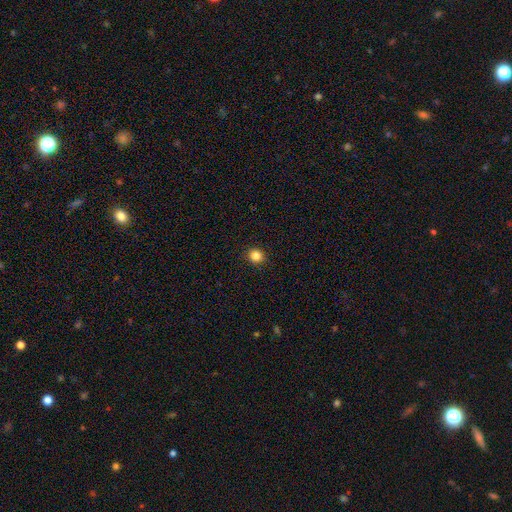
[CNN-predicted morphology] smooth_or_featured: smooth (p=0.85) [alt: star or artifact p=0.12]
how_rounded: round (p=0.88) [alt: in between p=0.11]
merging: none (p=0.93) [alt: minor disturbance p=0.05]